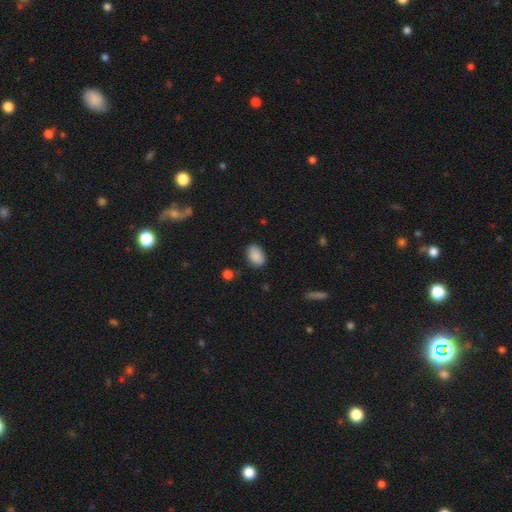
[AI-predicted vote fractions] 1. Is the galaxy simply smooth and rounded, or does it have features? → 88% smooth, 8% star or artifact, 4% featured or disk.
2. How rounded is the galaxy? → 85% in between, 13% round, 1% cigar-shaped.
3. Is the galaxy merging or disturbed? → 80% none, 15% minor disturbance, 3% major disturbance, 2% merger.